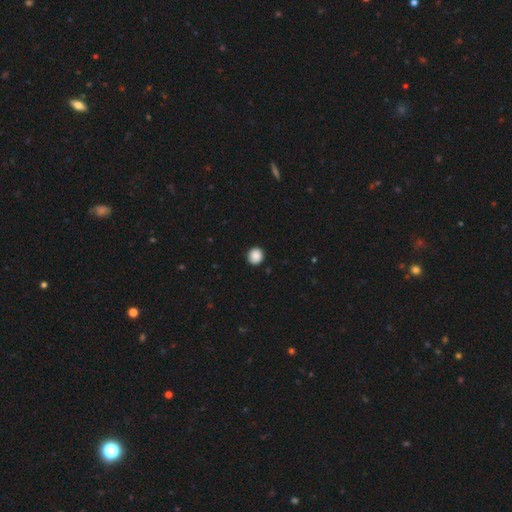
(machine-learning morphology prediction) A smooth galaxy with no disk features (89%) that is round (88%).

Vote fractions:
- Smooth or featured? smooth: 89% / star or artifact: 9% / featured or disk: 3%
- How rounded? round: 88% / in between: 11% / cigar-shaped: 1%
- Merging? none: 92% / minor disturbance: 6% / major disturbance: 2% / merger: 1%